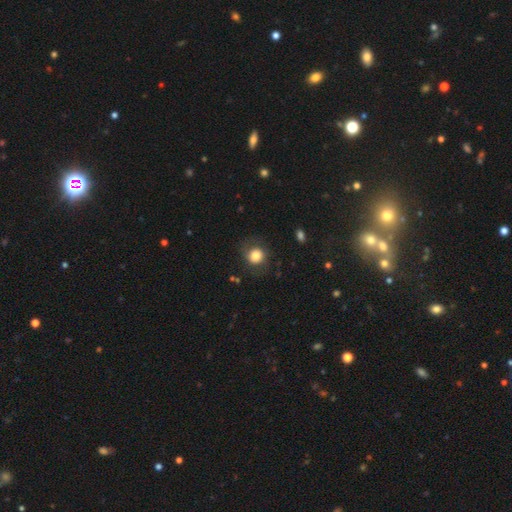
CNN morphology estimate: A smooth galaxy with no disk features (77%) that is round (80%). Merging: none (73%).